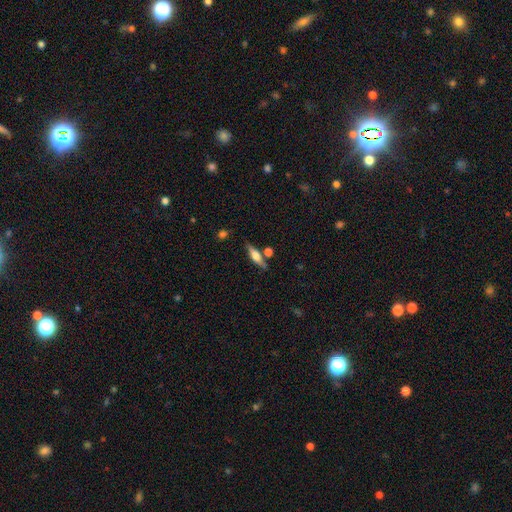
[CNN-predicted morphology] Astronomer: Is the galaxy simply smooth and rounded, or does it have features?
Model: smooth — 47% (runner-up: featured or disk, 46%).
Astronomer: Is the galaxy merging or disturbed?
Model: none — 74%.